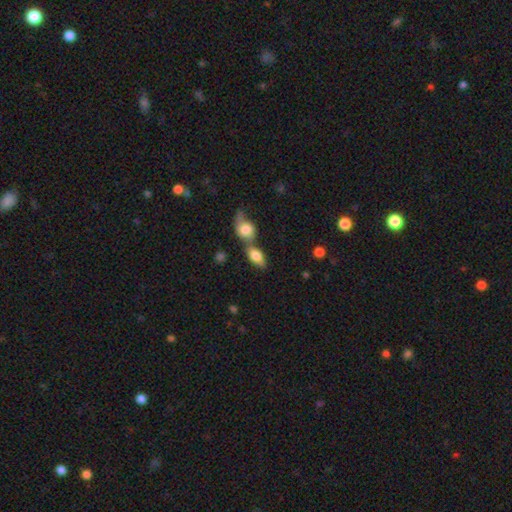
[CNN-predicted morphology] type=smooth (78%); roundness=in between (85%); merging=merger (50%).